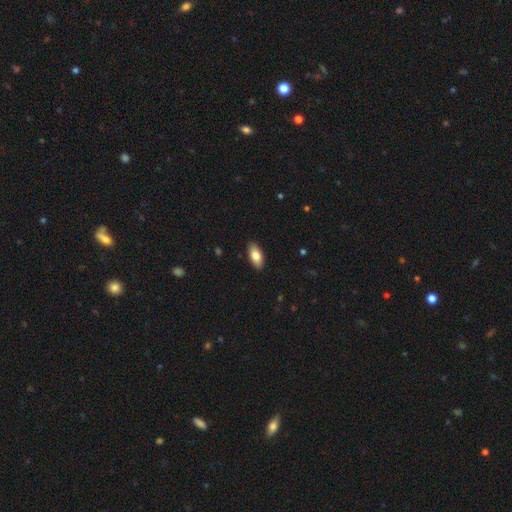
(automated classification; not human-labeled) A smooth galaxy with no disk features (81%) that is in between round and cigar-shaped (91%). Merging: none (89%).